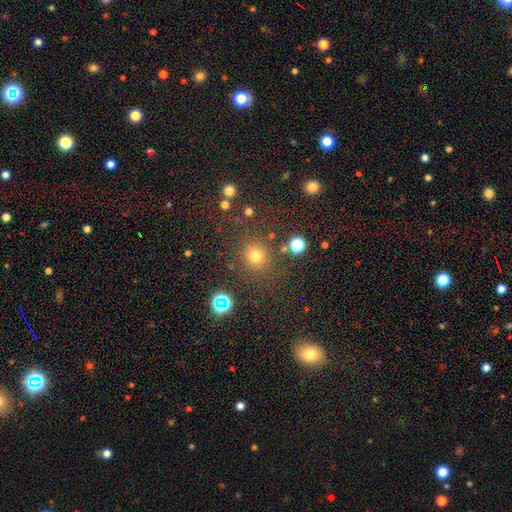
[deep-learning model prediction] Q: Smooth or featured?
A: smooth (72%); runner-up: star or artifact (21%)
Q: How rounded?
A: round (89%); runner-up: in between (10%)
Q: Merging?
A: none (81%); runner-up: minor disturbance (9%)